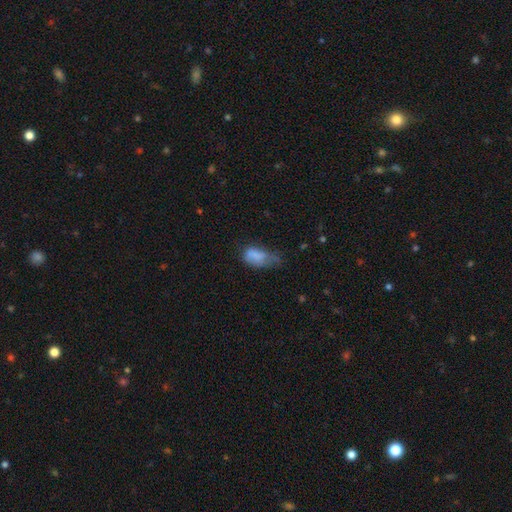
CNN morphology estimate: This appears to be a smooth galaxy with no disk features (75%) that is in between round and cigar-shaped (89%). Merging: minor disturbance (40%).